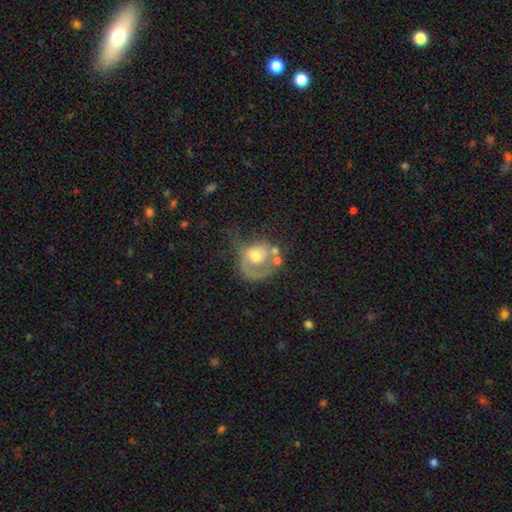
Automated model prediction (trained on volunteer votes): smooth-or-featured: featured or disk: 61% | smooth: 31% | star or artifact: 7%
  disk-edge-on: no: 97% | yes: 3%
    bar: no: 77% | weak: 19% | strong: 4%
    has-spiral-arms: yes: 65% | no: 35%
    bulge-size: moderate: 65% | small: 18% | large: 12% | none: 3% | dominant: 2%
  merging: major disturbance: 36% | none: 31% | minor disturbance: 19% | merger: 14%